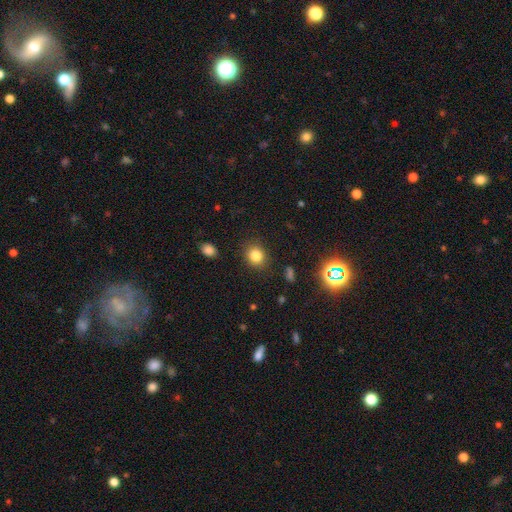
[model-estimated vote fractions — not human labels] Q: Smooth or featured?
A: smooth (82%); runner-up: star or artifact (12%)
Q: How rounded?
A: round (73%); runner-up: in between (26%)
Q: Merging?
A: none (87%); runner-up: minor disturbance (9%)